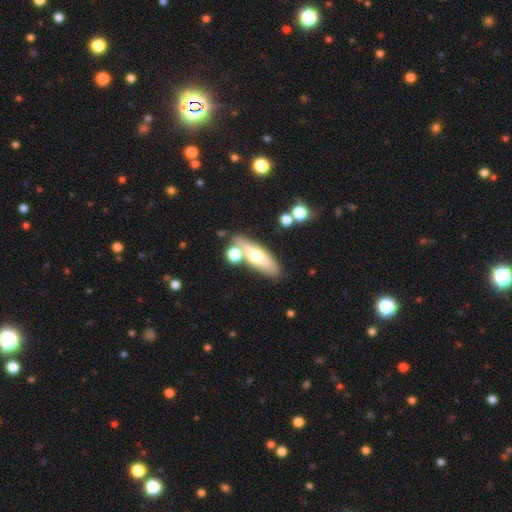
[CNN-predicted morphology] This appears to be a smooth galaxy with no disk features (53%) that is in between round and cigar-shaped (52%). Merging: none (67%).